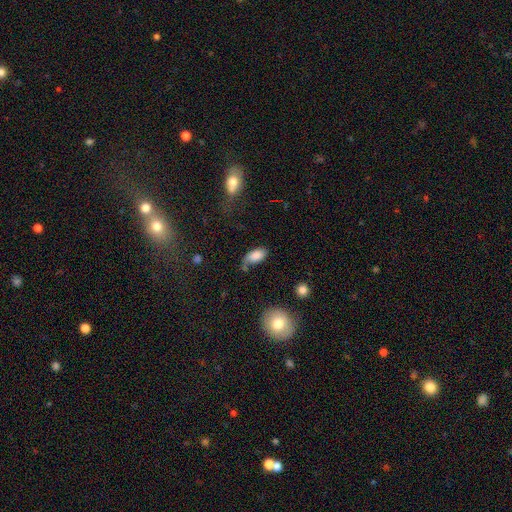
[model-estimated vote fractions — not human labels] smooth 80%, featured or disk 12%, star or artifact 8%. Down the decision tree: how rounded — in between (92%); merging — none (48%).